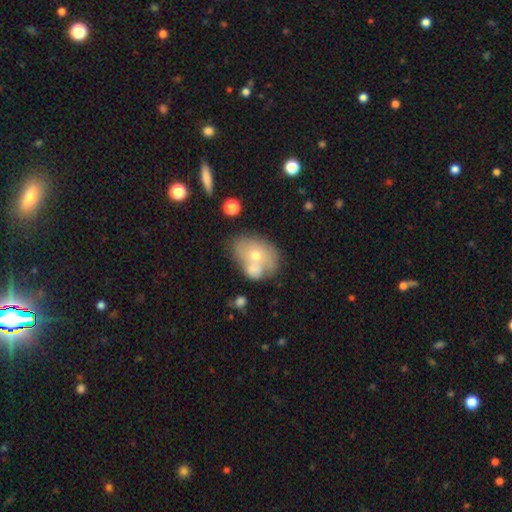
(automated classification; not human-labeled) Smooth or featured?
  - smooth: 58% *
  - featured or disk: 34%
  - star or artifact: 8%
How rounded?
  - in between: 72% *
  - round: 27%
  - cigar-shaped: 1%
Merging?
  - merger: 48% *
  - none: 30%
  - minor disturbance: 15%
  - major disturbance: 7%